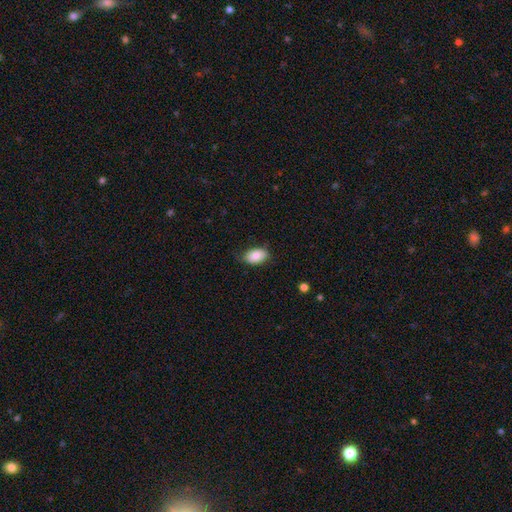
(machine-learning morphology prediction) type=smooth (84%); roundness=in between (91%); merging=none (77%).